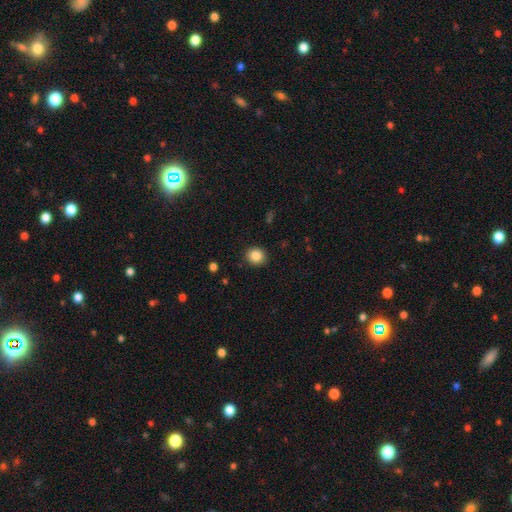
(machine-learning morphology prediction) A smooth galaxy with no disk features (85%) that is round (86%). Merging: none (91%).